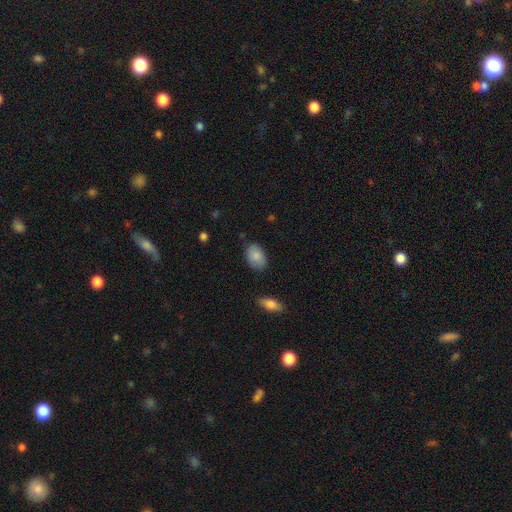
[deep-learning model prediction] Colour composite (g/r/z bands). It shows a smooth galaxy with no disk features (87%) that is in between round and cigar-shaped (87%). Merging: none (79%).